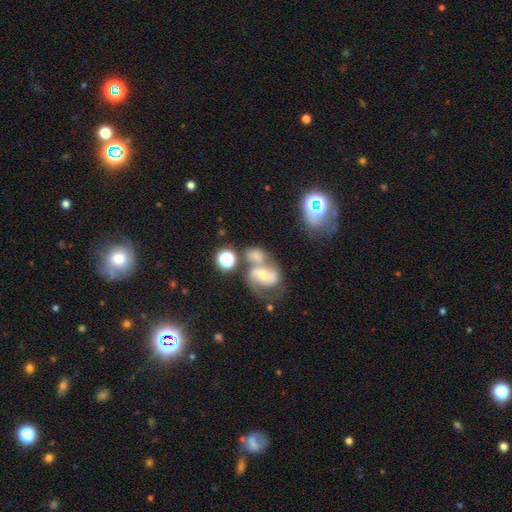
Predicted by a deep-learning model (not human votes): Q: Smooth or featured?
A: featured or disk (51%); runner-up: smooth (35%)
Q: Edge-on disk?
A: no (96%); runner-up: yes (4%)
Q: Merging?
A: merger (53%); runner-up: none (26%)